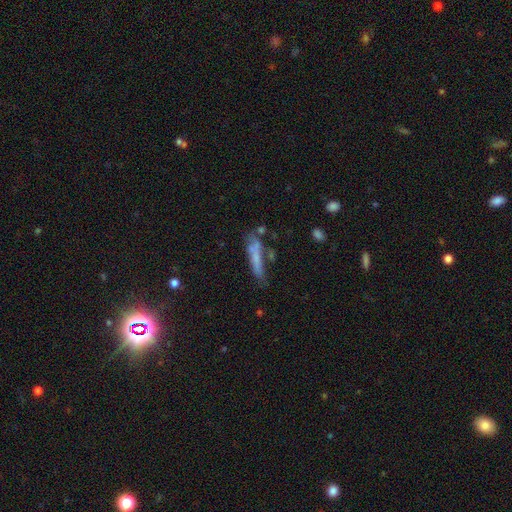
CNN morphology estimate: Q: Smooth or featured?
A: smooth (57%); runner-up: featured or disk (32%)
Q: How rounded?
A: cigar-shaped (84%); runner-up: in between (14%)
Q: Merging?
A: none (48%); runner-up: minor disturbance (24%)